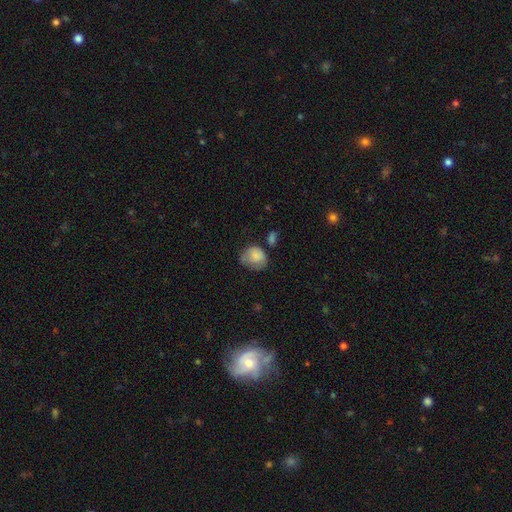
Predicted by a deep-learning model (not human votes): This is clearly a smooth galaxy (81%). How rounded: likely round (61%). Merging: marginally none (44%).